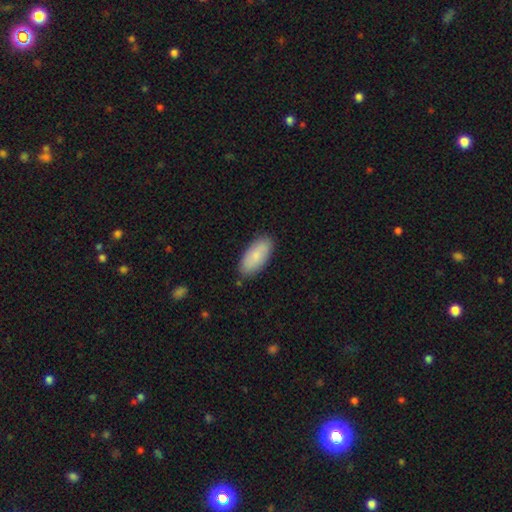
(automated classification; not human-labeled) smooth 78%, featured or disk 16%, star or artifact 6%. Down the decision tree: how rounded — in between (91%); merging — none (85%).